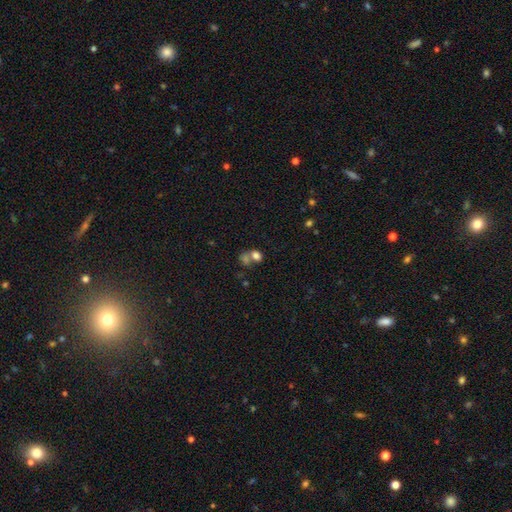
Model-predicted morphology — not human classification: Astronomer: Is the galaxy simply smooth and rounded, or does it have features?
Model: smooth — 75%.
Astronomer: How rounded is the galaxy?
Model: in between — 62%.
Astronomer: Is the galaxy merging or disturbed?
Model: merger — 57%.